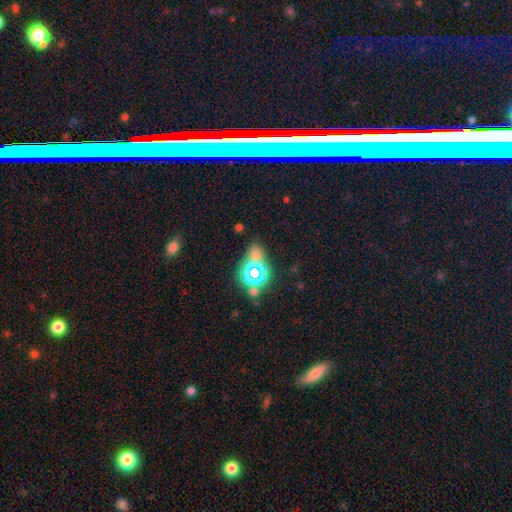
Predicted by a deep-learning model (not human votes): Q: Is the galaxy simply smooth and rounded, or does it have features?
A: star or artifact — 50%.